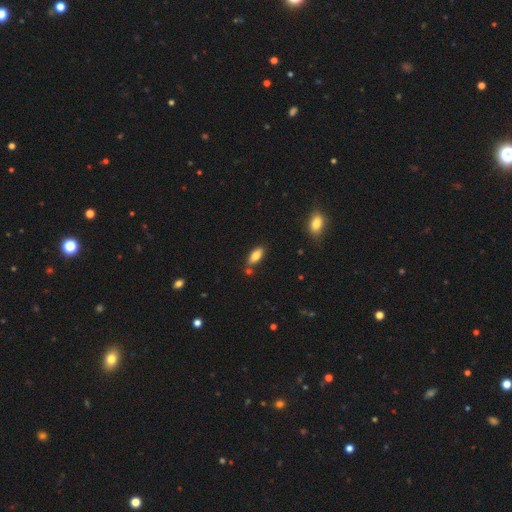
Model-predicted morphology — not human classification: smooth 82%, featured or disk 11%, star or artifact 7%. Down the decision tree: how rounded — in between (84%); merging — none (75%).